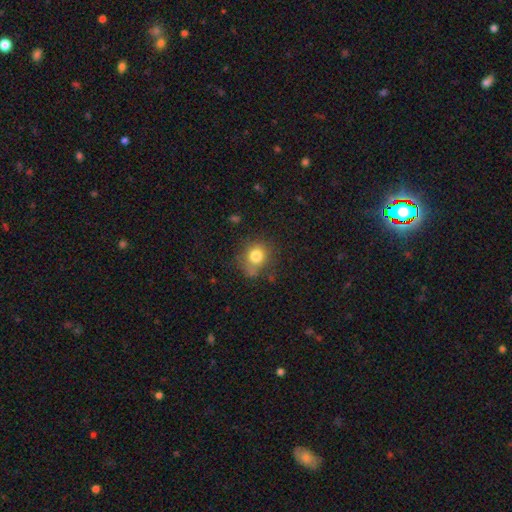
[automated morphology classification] Smooth or featured: smooth — 79% (star or artifact — 11%)
How rounded: round — 76% (in between — 23%)
Merging: none — 63% (minor disturbance — 23%)